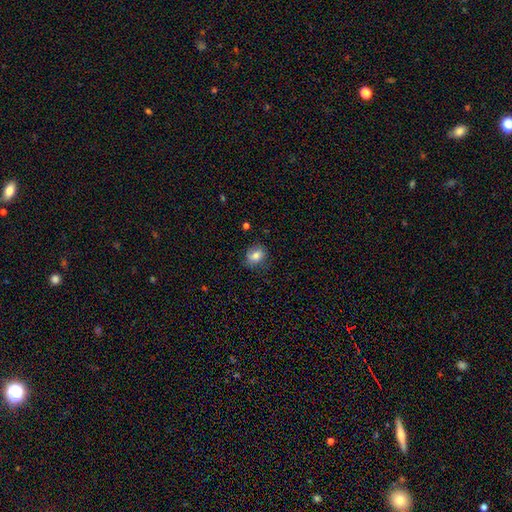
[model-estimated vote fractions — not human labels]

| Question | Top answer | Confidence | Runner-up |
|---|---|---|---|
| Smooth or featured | smooth | 77% | featured or disk (13%) |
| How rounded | round | 56% | in between (43%) |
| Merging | none | 73% | minor disturbance (21%) |